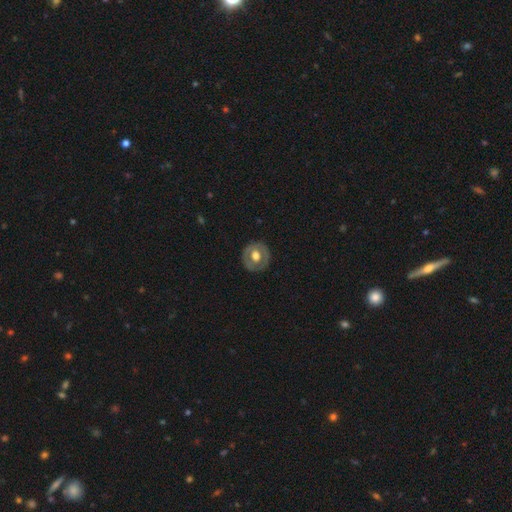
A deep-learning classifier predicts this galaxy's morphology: Smooth or featured? Predicted: featured or disk (p=0.50). Merging? Predicted: none (p=0.84).